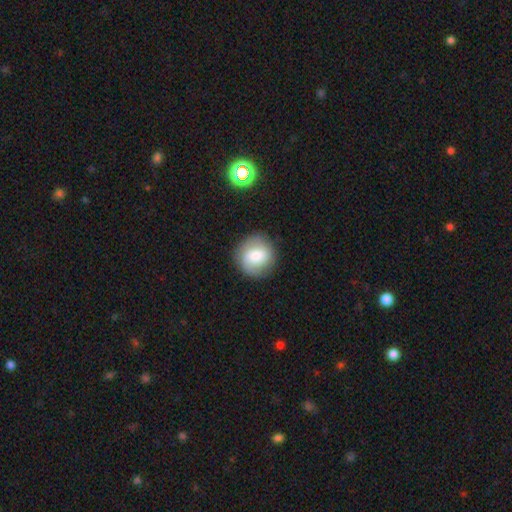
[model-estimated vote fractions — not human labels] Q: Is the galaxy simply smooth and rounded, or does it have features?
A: smooth — 59%.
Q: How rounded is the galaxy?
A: round — 88%.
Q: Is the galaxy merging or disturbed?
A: none — 83%.